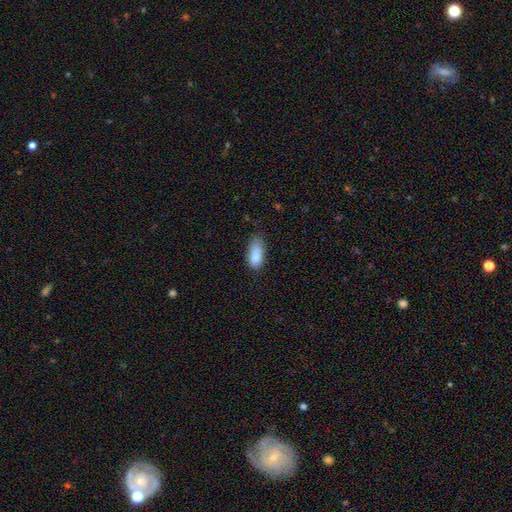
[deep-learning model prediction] A smooth galaxy with no disk features (86%) that is in between round and cigar-shaped (86%). Merging: none (54%).